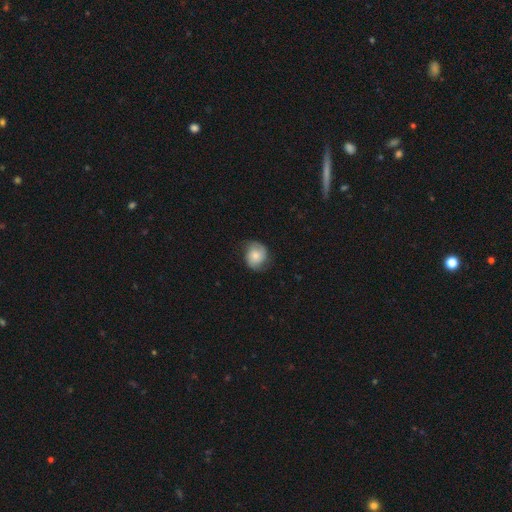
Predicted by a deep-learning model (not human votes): Q: Smooth or featured?
A: smooth (53%); runner-up: featured or disk (39%)
Q: How rounded?
A: round (70%); runner-up: in between (29%)
Q: Merging?
A: none (65%); runner-up: minor disturbance (25%)